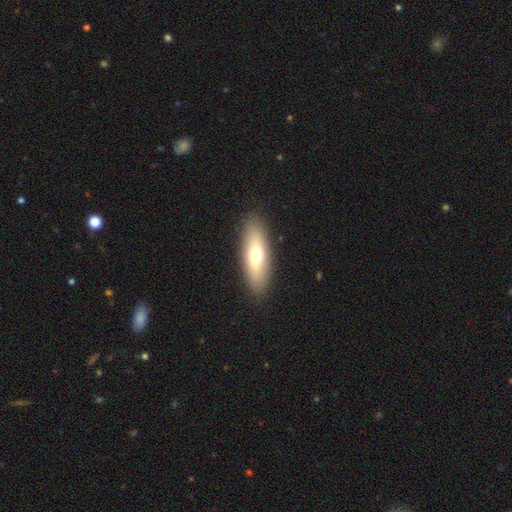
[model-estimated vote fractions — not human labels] Smooth or featured? smooth (66%)
How rounded? in between (55%)
Merging? none (90%)